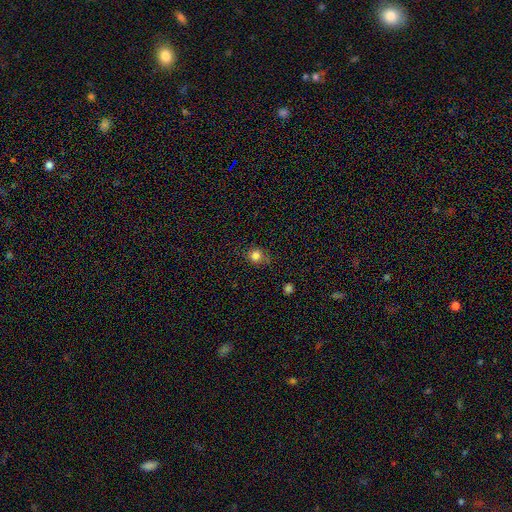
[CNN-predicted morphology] type=smooth (81%); roundness=round (82%); merging=none (74%).